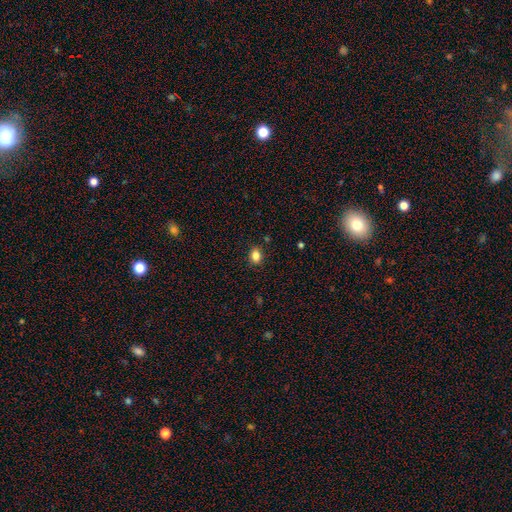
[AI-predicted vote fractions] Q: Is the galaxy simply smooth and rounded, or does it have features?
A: smooth — 84%.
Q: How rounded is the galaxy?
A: in between — 68%.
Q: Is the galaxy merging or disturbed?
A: none — 87%.